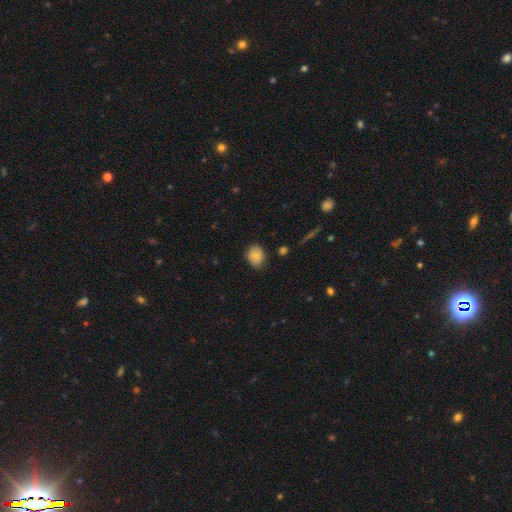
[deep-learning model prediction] smooth 81%, featured or disk 11%, star or artifact 8%. Down the decision tree: how rounded — in between (55%); merging — none (76%).